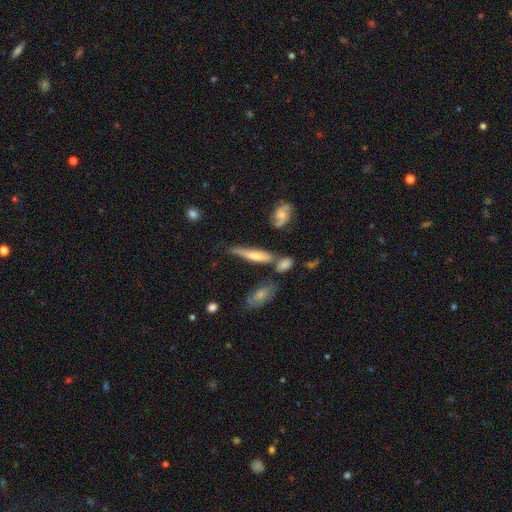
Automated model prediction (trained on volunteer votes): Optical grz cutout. It shows a featured or disk galaxy (45%, tied with smooth). Merging: none (60%).